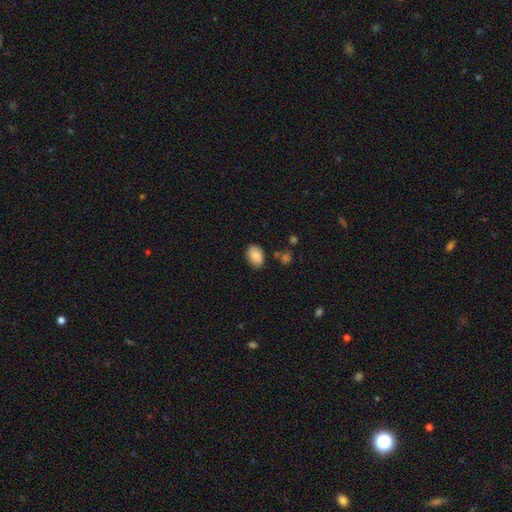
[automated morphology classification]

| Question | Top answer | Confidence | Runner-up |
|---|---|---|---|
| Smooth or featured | smooth | 86% | star or artifact (7%) |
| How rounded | in between | 85% | round (14%) |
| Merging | none | 80% | minor disturbance (14%) |